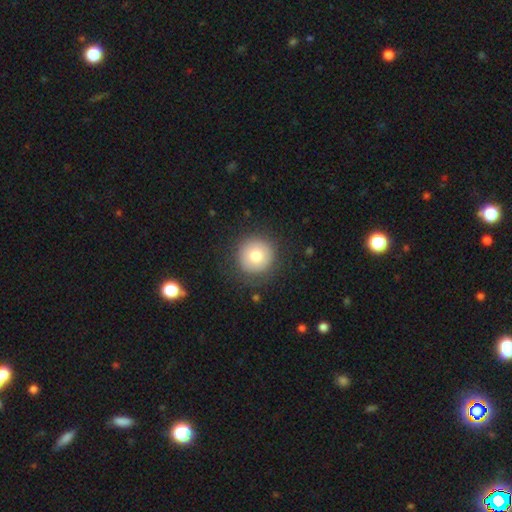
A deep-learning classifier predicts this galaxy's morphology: The model was most divided on "smooth or featured": smooth: 76%, featured or disk: 15%, star or artifact: 9%. More confident: how rounded — round (95%); merging — none (84%).